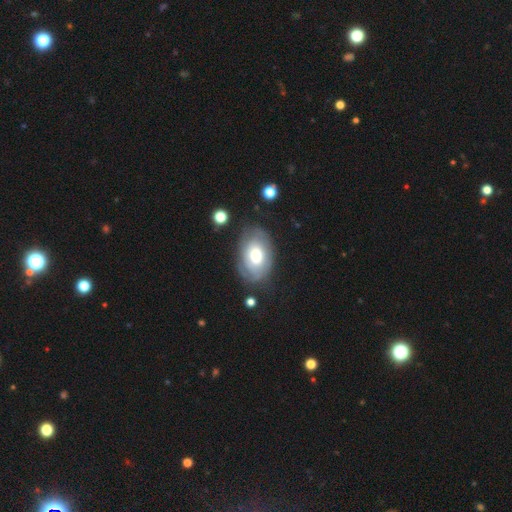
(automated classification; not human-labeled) This appears to be a featured or disk galaxy (52%). Merging: none (68%).